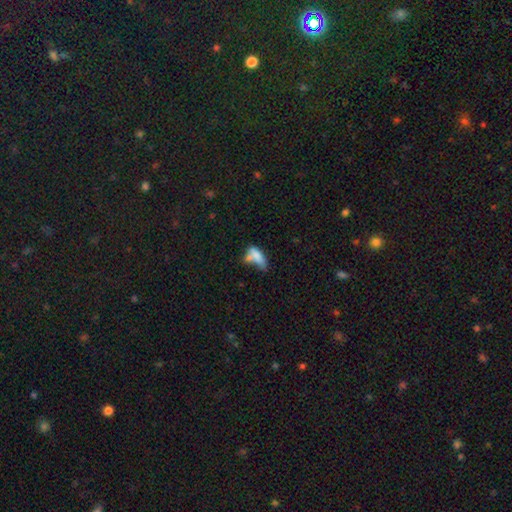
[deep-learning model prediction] A smooth galaxy with no disk features (73%) that is in between round and cigar-shaped (73%).

Vote fractions:
- Smooth or featured? smooth: 73% / featured or disk: 17% / star or artifact: 9%
- How rounded? in between: 73% / cigar-shaped: 23% / round: 3%
- Merging? merger: 39% / none: 26% / minor disturbance: 20% / major disturbance: 15%